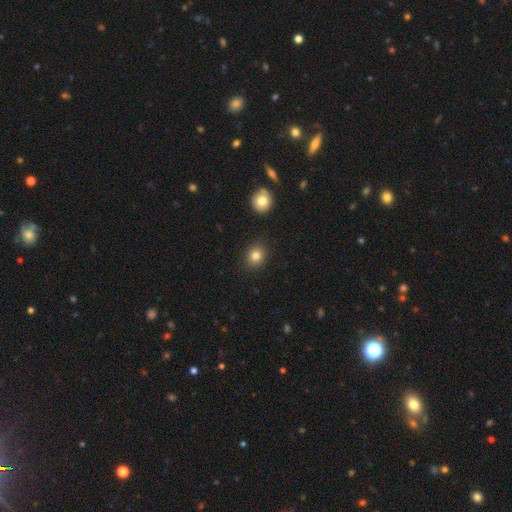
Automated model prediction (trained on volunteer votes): The model was most divided on "how rounded": round: 71%, in between: 29%, cigar-shaped: 1%. More confident: merging — none (88%); smooth or featured — smooth (81%).